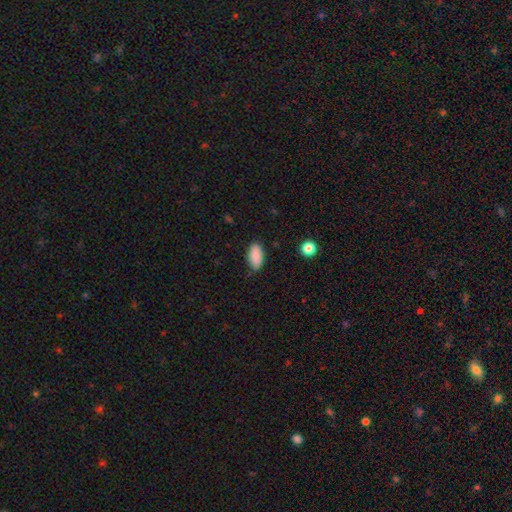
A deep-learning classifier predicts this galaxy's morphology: smooth_or_featured: smooth (p=0.88) [alt: star or artifact p=0.07]
how_rounded: in between (p=0.93) [alt: cigar-shaped p=0.04]
merging: none (p=0.80) [alt: minor disturbance p=0.16]